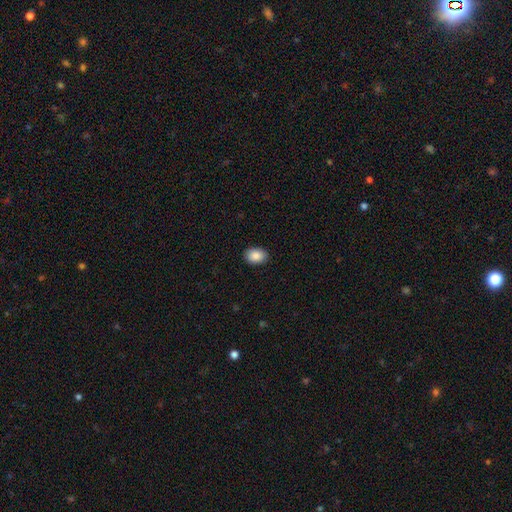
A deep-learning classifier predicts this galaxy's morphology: smooth-or-featured: smooth: 88% | star or artifact: 7% | featured or disk: 4%
  how-rounded: in between: 81% | round: 18% | cigar-shaped: 1%
  merging: none: 90% | minor disturbance: 8% | major disturbance: 2% | merger: 1%